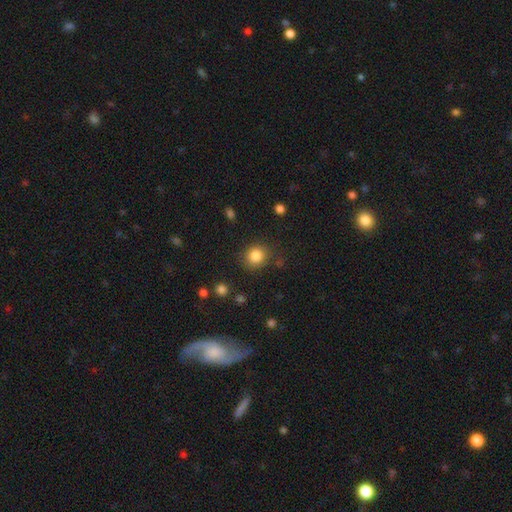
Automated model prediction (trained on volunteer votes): Smooth or featured?
  - smooth: 85% *
  - star or artifact: 10%
  - featured or disk: 5%
How rounded?
  - round: 84% *
  - in between: 15%
  - cigar-shaped: 1%
Merging?
  - none: 84% *
  - minor disturbance: 10%
  - major disturbance: 4%
  - merger: 3%